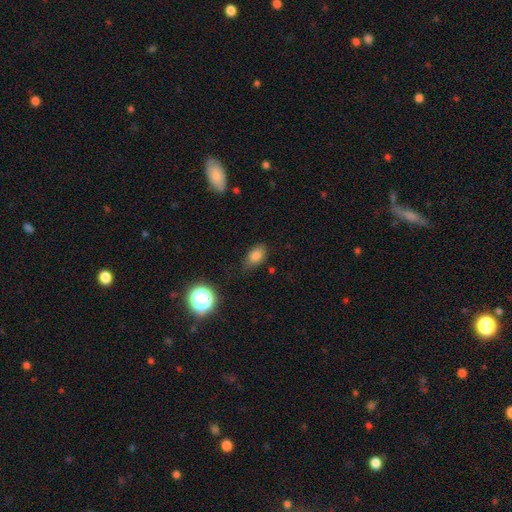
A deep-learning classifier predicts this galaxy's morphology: Smooth or featured?
  - smooth: 80% *
  - star or artifact: 12%
  - featured or disk: 7%
How rounded?
  - in between: 85% *
  - round: 12%
  - cigar-shaped: 3%
Merging?
  - none: 71% *
  - minor disturbance: 22%
  - major disturbance: 5%
  - merger: 2%